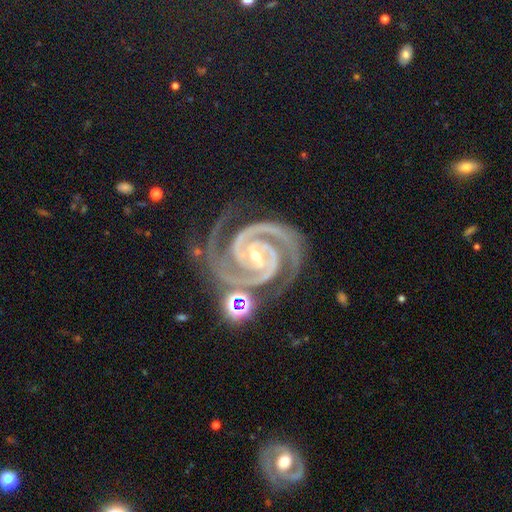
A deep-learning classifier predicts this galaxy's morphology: smooth_or_featured: featured or disk (p=0.94) [alt: star or artifact p=0.04]
disk_edge_on: no (p=0.98) [alt: yes p=0.02]
bar: strong (p=0.38) [alt: weak p=0.34]
has_spiral_arms: yes (p=0.99) [alt: no p=0.01]
spiral_winding: tight (p=0.76) [alt: medium p=0.22]
spiral_arm_count: 2 (p=0.81) [alt: 3 p=0.11]
bulge_size: small (p=0.70) [alt: moderate p=0.27]
merging: none (p=0.72) [alt: minor disturbance p=0.17]